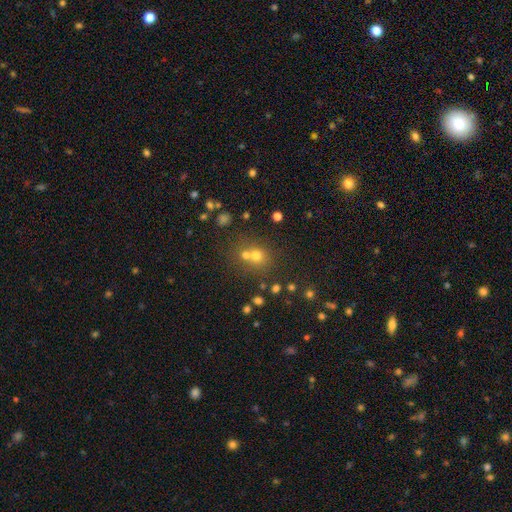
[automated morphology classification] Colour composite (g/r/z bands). It shows a smooth galaxy with no disk features (68%) that is round (82%). Merging: merger (45%).